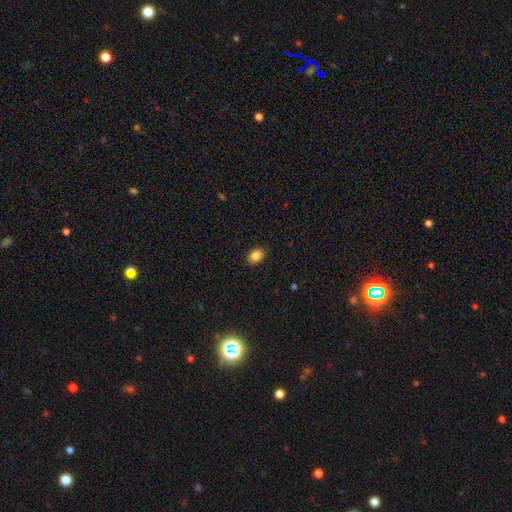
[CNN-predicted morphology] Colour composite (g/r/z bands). It shows a smooth galaxy with no disk features (85%) that is in between round and cigar-shaped (68%). Merging: none (89%).